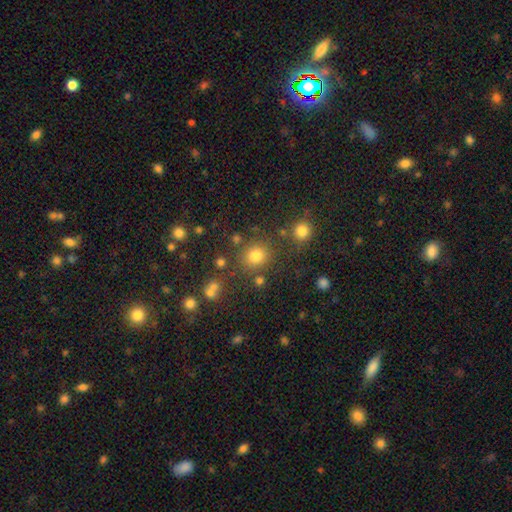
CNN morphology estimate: This appears to be a smooth galaxy with no disk features (77%) that is round (87%). Merging: none (79%).